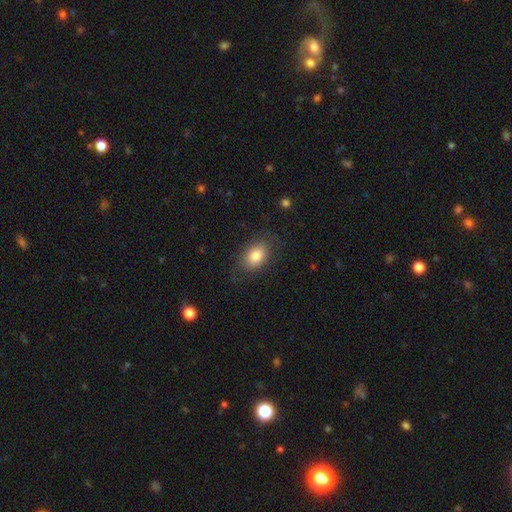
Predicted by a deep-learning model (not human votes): The model was most divided on "merging": none: 75%, minor disturbance: 17%, major disturbance: 7%, merger: 1%. More confident: how rounded — in between (82%); smooth or featured — smooth (80%).